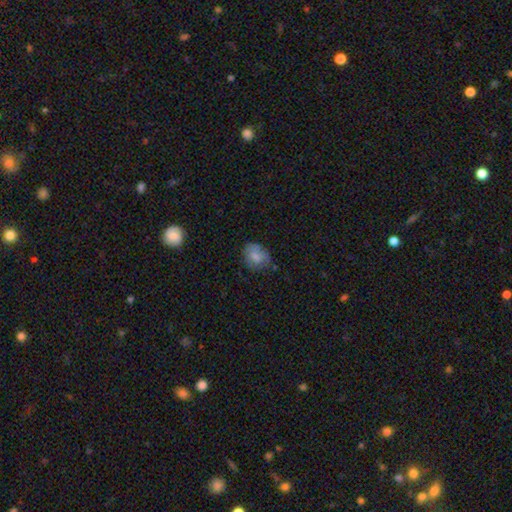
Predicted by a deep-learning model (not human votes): Smooth or featured? smooth (70%)
How rounded? round (54%)
Merging? none (62%)